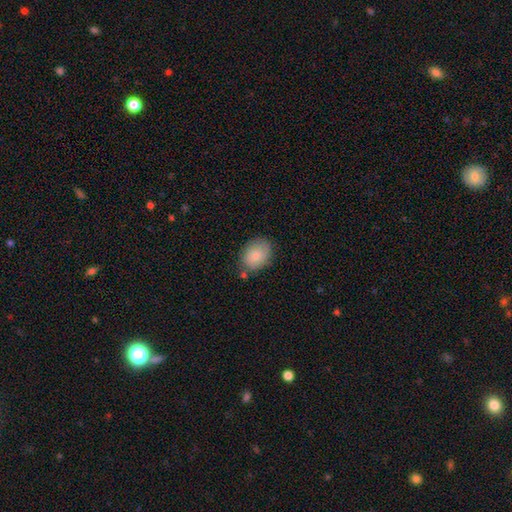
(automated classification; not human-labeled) This appears to be a smooth galaxy with no disk features (83%) that is in between round and cigar-shaped (74%). Merging: none (74%).